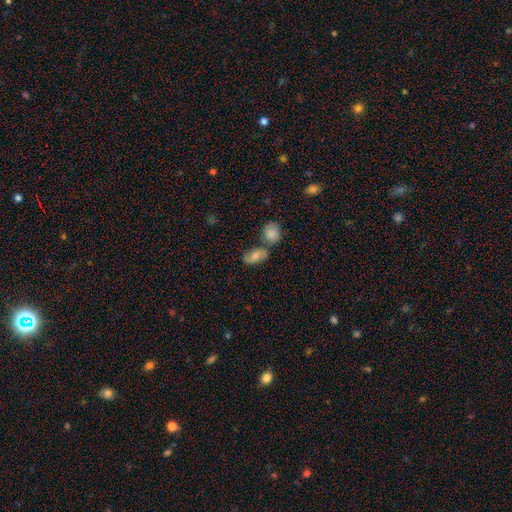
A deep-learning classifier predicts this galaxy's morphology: The model was most divided on "merging": none: 46%, merger: 31%, minor disturbance: 16%, major disturbance: 6%. More confident: how rounded — in between (83%); smooth or featured — smooth (61%).